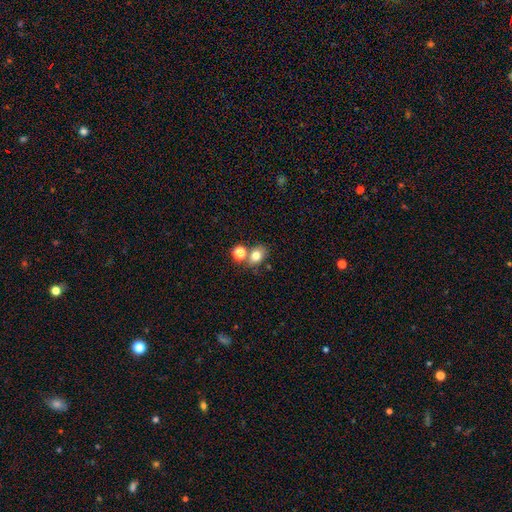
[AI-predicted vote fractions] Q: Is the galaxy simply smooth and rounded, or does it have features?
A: smooth — 76%.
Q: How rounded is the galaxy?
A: in between — 50%.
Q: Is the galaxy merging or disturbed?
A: none — 59%.